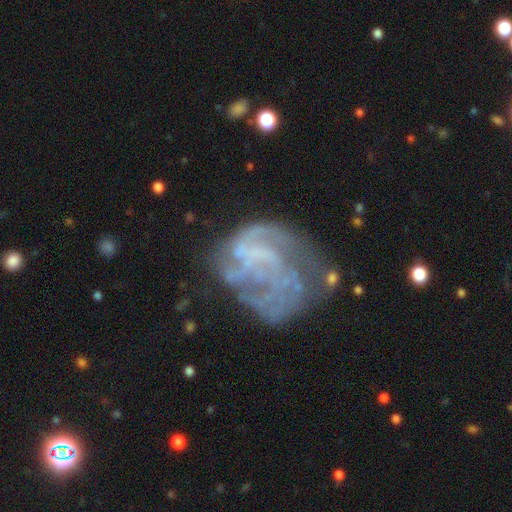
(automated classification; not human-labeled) featured or disk 75%, smooth 15%, star or artifact 10%. Down the decision tree: edge-on disk — no (98%); bar — no (70%); spiral arms — yes (67%); bulge size — none (75%); merging — none (40%).